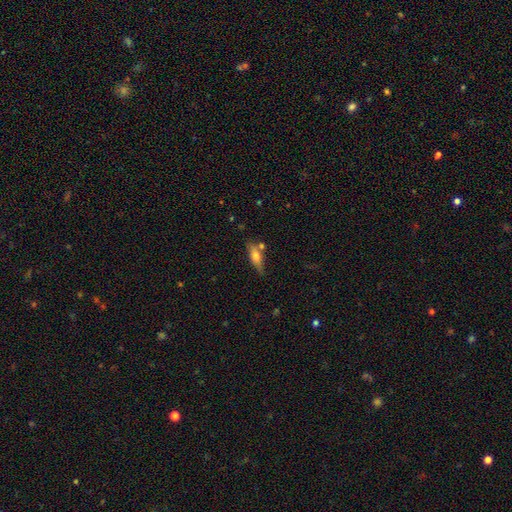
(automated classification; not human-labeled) Smooth or featured? Predicted: smooth (p=0.62). How rounded? Predicted: in between (p=0.50). Merging? Predicted: none (p=0.62).